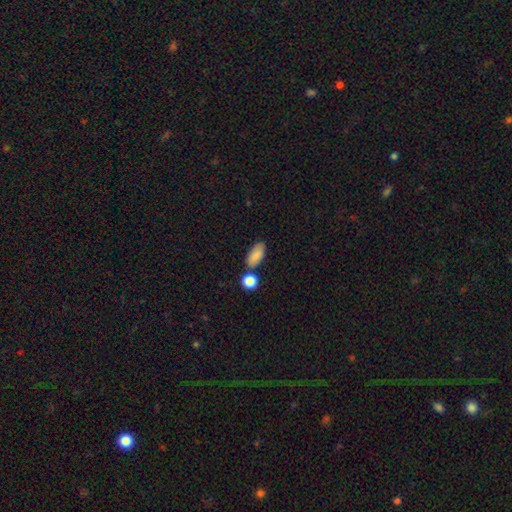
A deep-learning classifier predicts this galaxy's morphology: The model was most divided on "merging": none: 68%, minor disturbance: 17%, merger: 12%, major disturbance: 4%. More confident: how rounded — in between (89%); smooth or featured — smooth (85%).